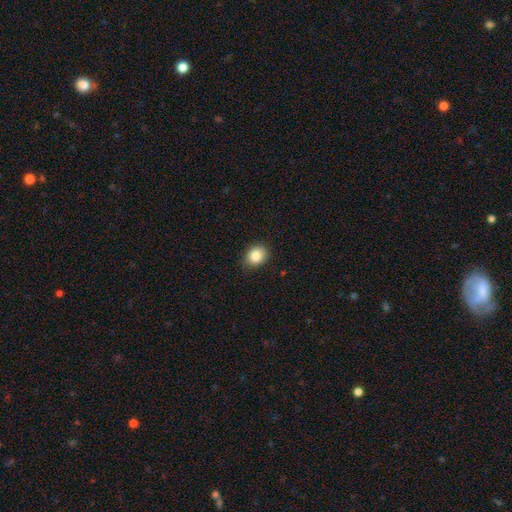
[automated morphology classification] A smooth galaxy with no disk features (85%) that is round (50%).

Vote fractions:
- Smooth or featured? smooth: 85% / star or artifact: 9% / featured or disk: 6%
- How rounded? round: 50% / in between: 49% / cigar-shaped: 1%
- Merging? none: 80% / minor disturbance: 16% / major disturbance: 3% / merger: 1%